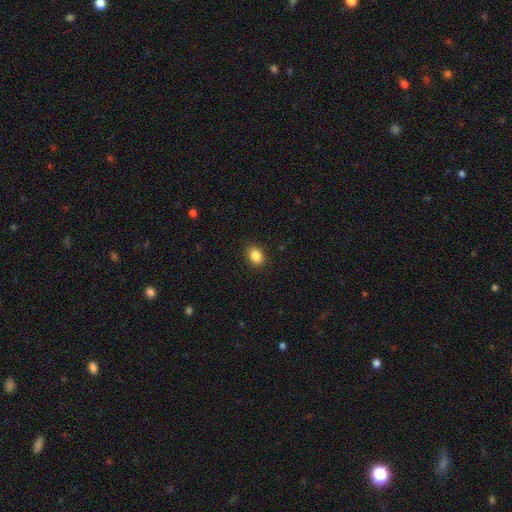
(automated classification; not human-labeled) Overall: smooth (87%). How rounded: in between (71%). Merging: none (88%).